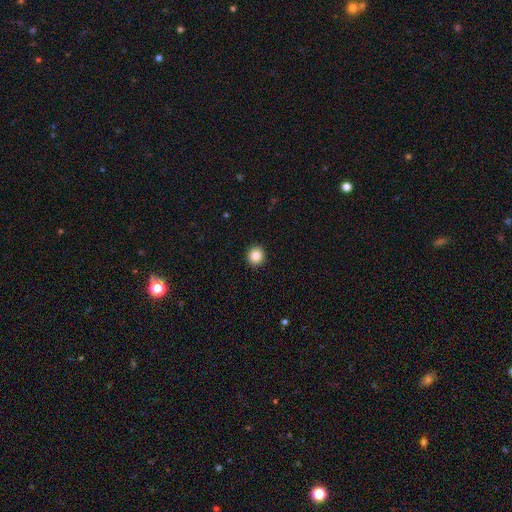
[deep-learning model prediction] The model was most divided on "smooth or featured": smooth: 86%, star or artifact: 10%, featured or disk: 4%. More confident: merging — none (93%); how rounded — round (89%).